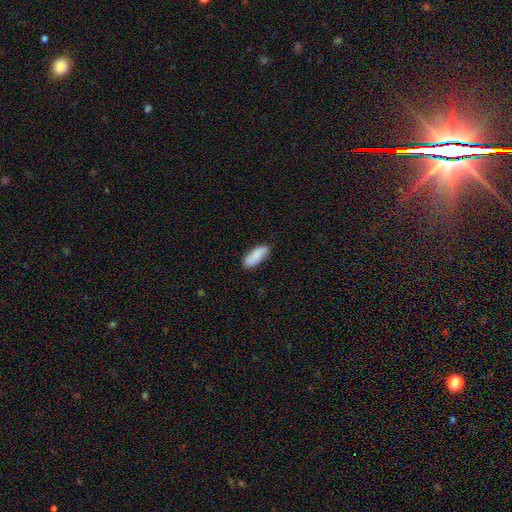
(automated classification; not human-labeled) Morphology: type=smooth (84%); roundness=in between (77%); merging=none (81%).